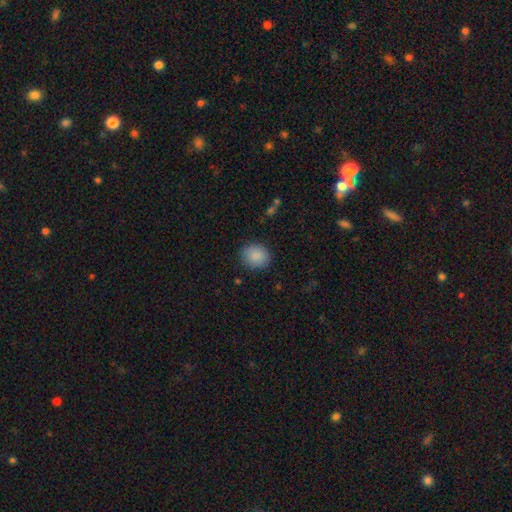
A smooth galaxy with no disk features (97%) that is round (78%).

Vote fractions:
- Smooth or featured? smooth: 97% / featured or disk: 3% / star or artifact: 0%
- How rounded? round: 78% / in between: 22% / cigar-shaped: 0%
- Merging? none: 84% / minor disturbance: 13% / major disturbance: 3% / merger: 0%